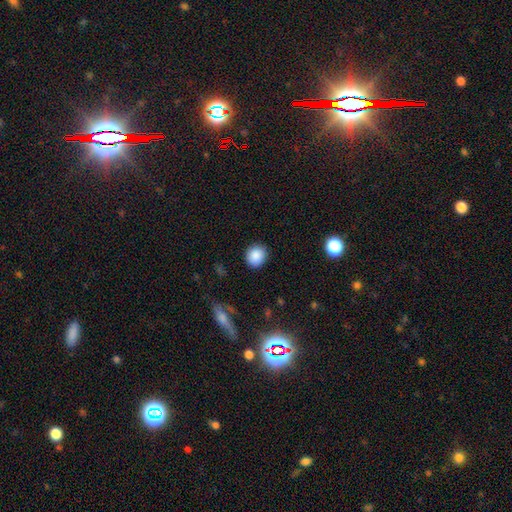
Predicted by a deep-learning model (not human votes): Smooth or featured?
  - smooth: 87% *
  - star or artifact: 9%
  - featured or disk: 4%
How rounded?
  - round: 81% *
  - in between: 18%
  - cigar-shaped: 1%
Merging?
  - none: 89% *
  - minor disturbance: 7%
  - major disturbance: 2%
  - merger: 1%